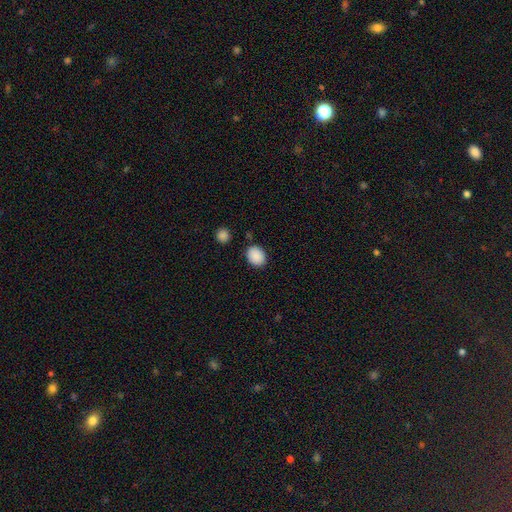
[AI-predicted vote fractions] smooth_or_featured: smooth (p=0.89) [alt: star or artifact p=0.07]
how_rounded: in between (p=0.59) [alt: round p=0.41]
merging: none (p=0.84) [alt: minor disturbance p=0.10]